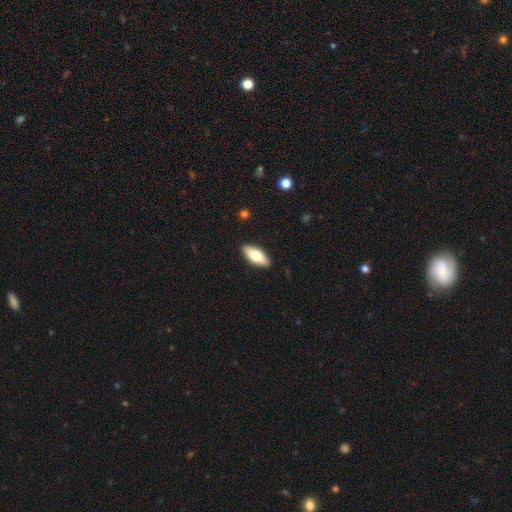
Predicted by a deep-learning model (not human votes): This is likely a smooth galaxy (71%). How rounded: clearly in between (81%). Merging: clearly none (90%).